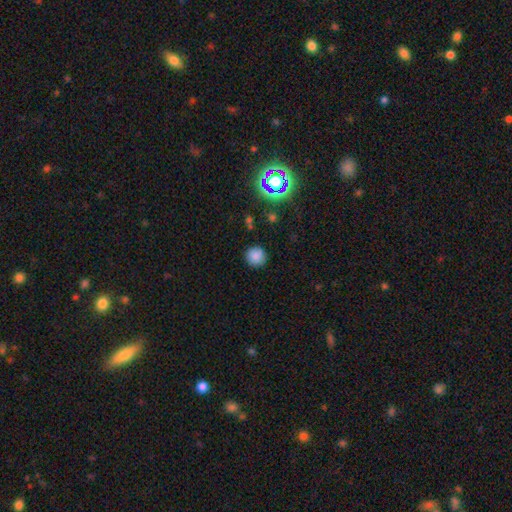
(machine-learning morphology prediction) The model was most divided on "smooth or featured": smooth: 82%, star or artifact: 13%, featured or disk: 5%. More confident: how rounded — round (94%); merging — none (89%).